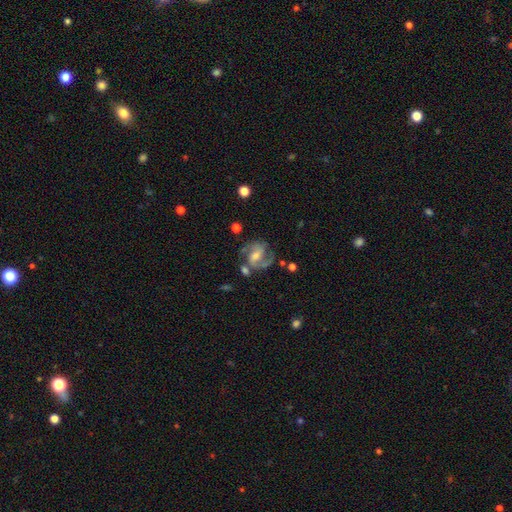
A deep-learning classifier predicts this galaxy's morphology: A featured or disk galaxy (85%) with a weak bar (47%), 2 (83%) medium (58%) spiral arms (96%) and a moderate central bulge (47%). Merging: none (63%).